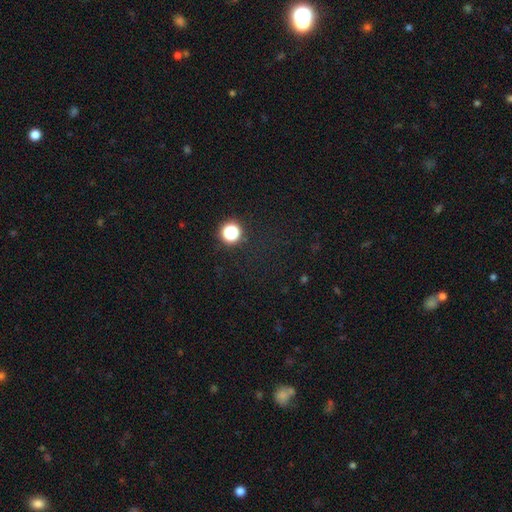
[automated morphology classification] star or artifact 63%, smooth 29%, featured or disk 8%.